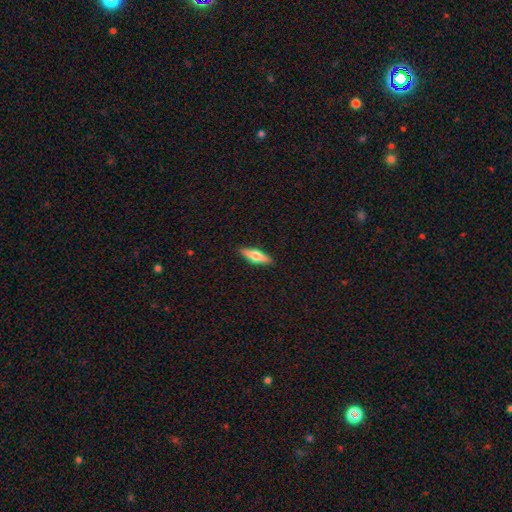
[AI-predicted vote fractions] This is possibly a smooth galaxy (54%). How rounded: possibly cigar-shaped (59%). Merging: clearly none (89%).